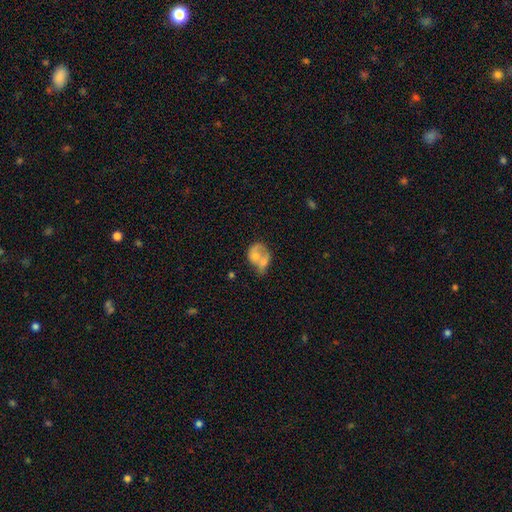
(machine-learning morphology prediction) smooth-or-featured: smooth: 50% | featured or disk: 41% | star or artifact: 9%
  merging: merger: 54% | none: 19% | major disturbance: 14% | minor disturbance: 13%